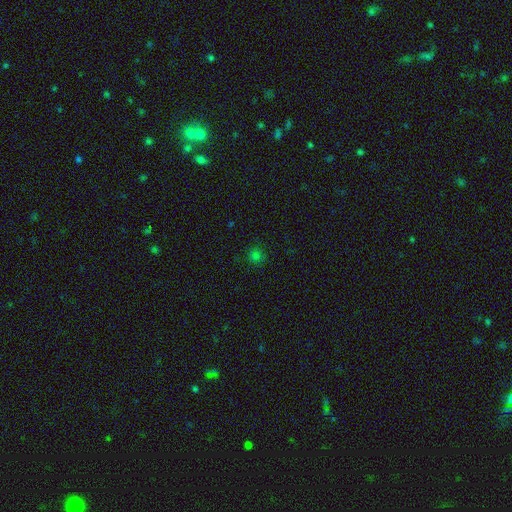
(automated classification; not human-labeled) Smooth or featured? Predicted: smooth (p=0.76). How rounded? Predicted: round (p=0.91). Merging? Predicted: none (p=0.88).